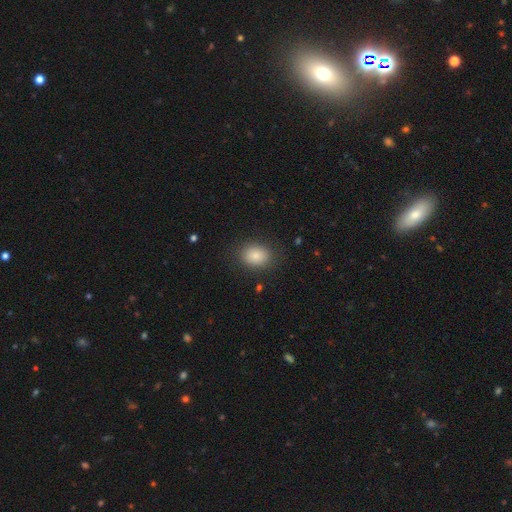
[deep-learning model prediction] Overall: smooth (84%). How rounded: in between (61%; round 38%). Merging: none (85%).